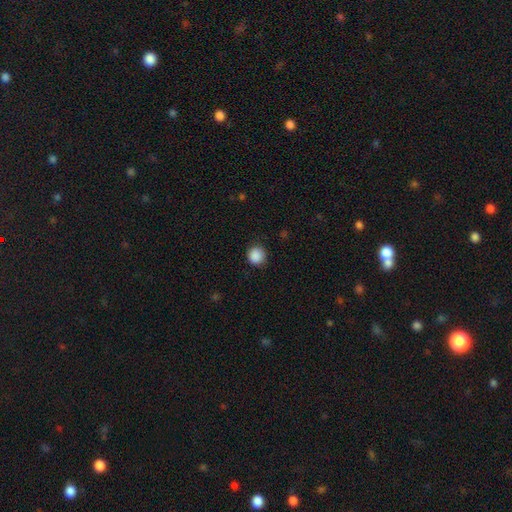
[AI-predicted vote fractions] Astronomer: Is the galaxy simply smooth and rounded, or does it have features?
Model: smooth — 88%.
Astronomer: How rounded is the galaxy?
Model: round — 92%.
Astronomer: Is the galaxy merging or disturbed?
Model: none — 88%.